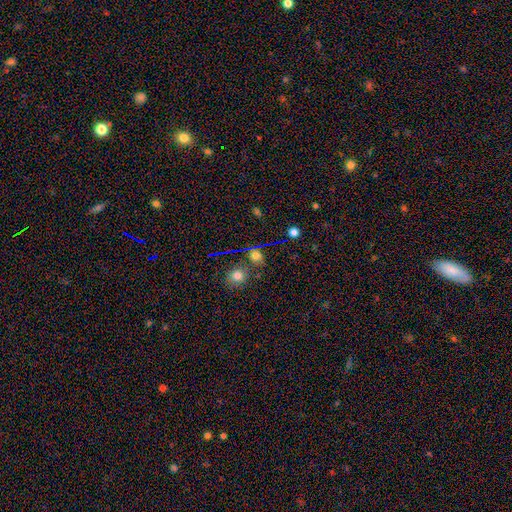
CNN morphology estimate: This appears to be a smooth galaxy with no disk features (61%) that is round (79%). Merging: none (71%).